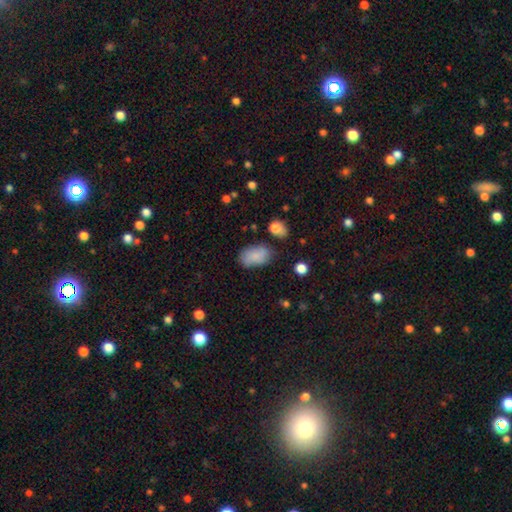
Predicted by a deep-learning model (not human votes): Smooth or featured: smooth — 79% (featured or disk — 13%)
How rounded: in between — 91% (round — 7%)
Merging: none — 62% (minor disturbance — 25%)